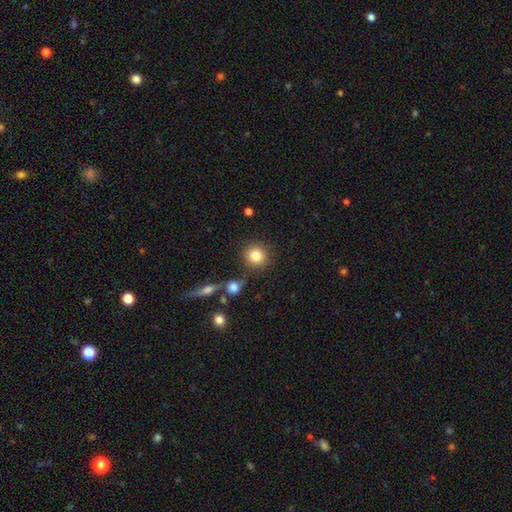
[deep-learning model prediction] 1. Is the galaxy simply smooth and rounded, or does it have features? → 84% smooth, 9% star or artifact, 7% featured or disk.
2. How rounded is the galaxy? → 90% round, 9% in between, 1% cigar-shaped.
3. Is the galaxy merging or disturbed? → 82% none, 8% minor disturbance, 6% merger, 3% major disturbance.